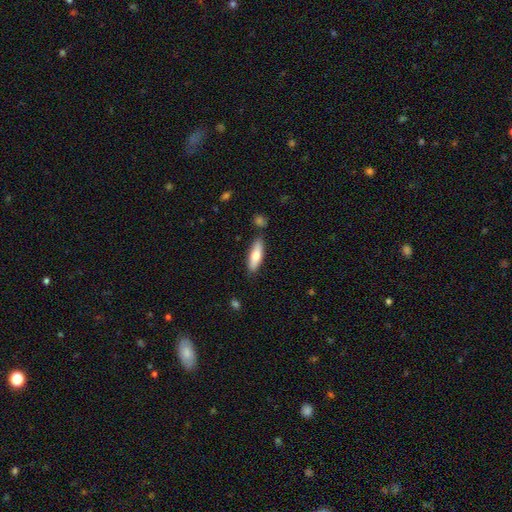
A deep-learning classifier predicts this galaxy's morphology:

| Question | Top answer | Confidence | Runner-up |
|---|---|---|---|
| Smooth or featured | smooth | 73% | featured or disk (22%) |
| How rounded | cigar-shaped | 51% | in between (47%) |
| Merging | none | 83% | minor disturbance (11%) |